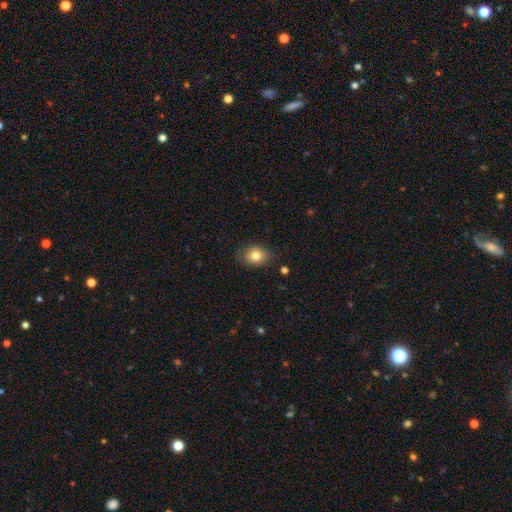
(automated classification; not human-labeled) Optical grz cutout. It shows a smooth galaxy with no disk features (80%) that is round (57%). Merging: none (81%).